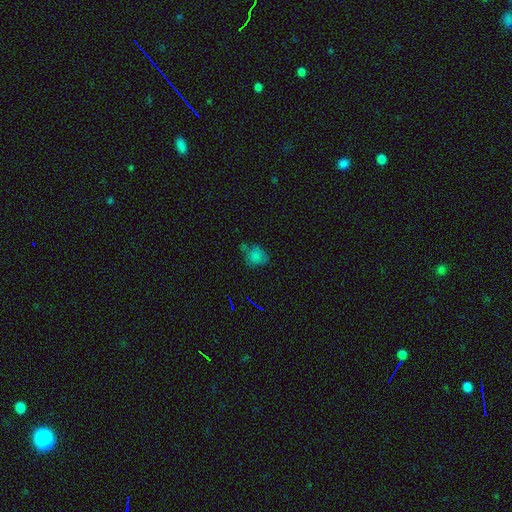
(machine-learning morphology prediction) A smooth galaxy with no disk features (72%) that is round (65%).

Vote fractions:
- Smooth or featured? smooth: 72% / star or artifact: 18% / featured or disk: 9%
- How rounded? round: 65% / in between: 34% / cigar-shaped: 1%
- Merging? none: 51% / minor disturbance: 25% / merger: 14% / major disturbance: 10%